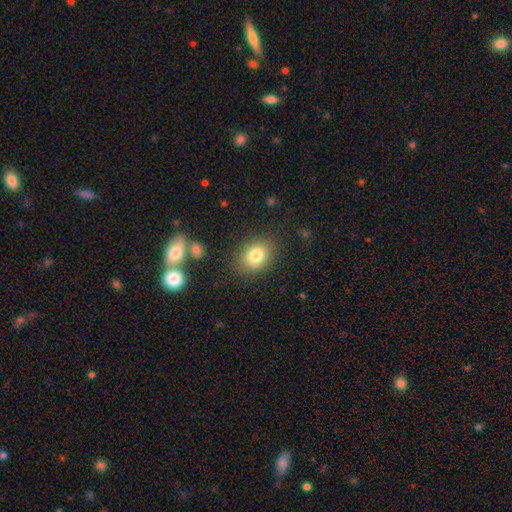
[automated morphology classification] Smooth or featured? smooth (81%)
How rounded? in between (58%)
Merging? none (83%)